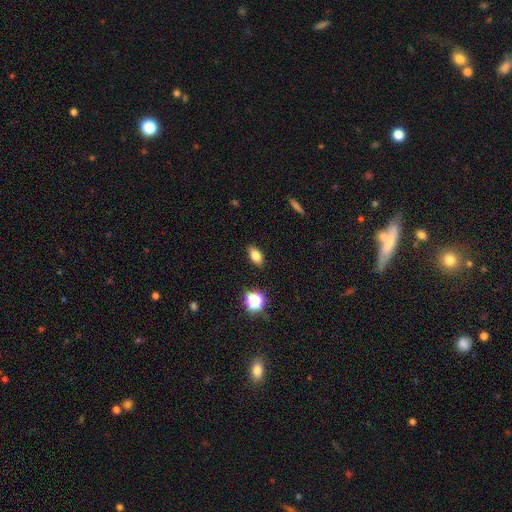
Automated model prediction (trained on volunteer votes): Smooth or featured? Predicted: smooth (p=0.78). How rounded? Predicted: in between (p=0.84). Merging? Predicted: none (p=0.88).